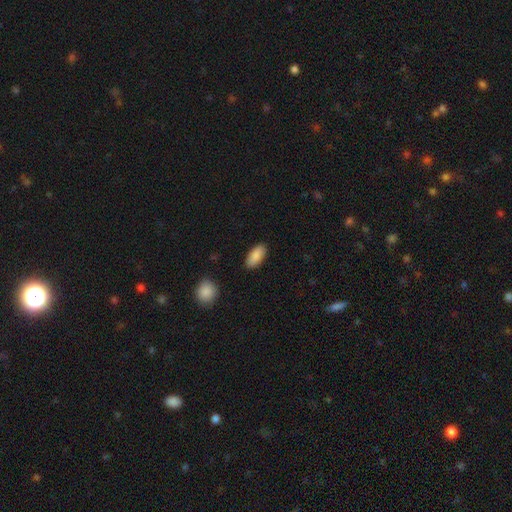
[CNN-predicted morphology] Q: Smooth or featured?
A: smooth (89%); runner-up: star or artifact (6%)
Q: How rounded?
A: in between (89%); runner-up: cigar-shaped (9%)
Q: Merging?
A: none (88%); runner-up: minor disturbance (9%)